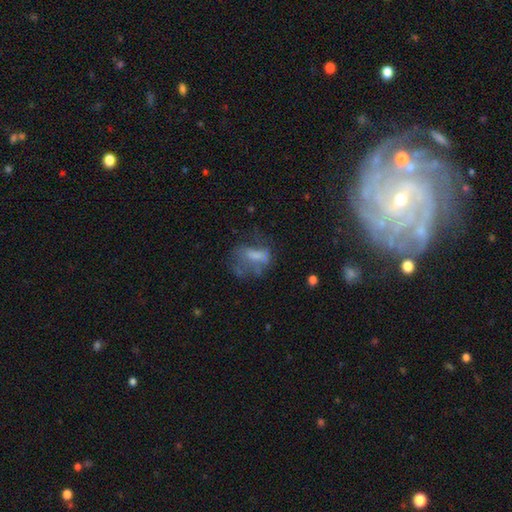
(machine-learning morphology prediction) Overall: smooth (43%; featured or disk 41%). Merging: major disturbance (40%; none 33%).